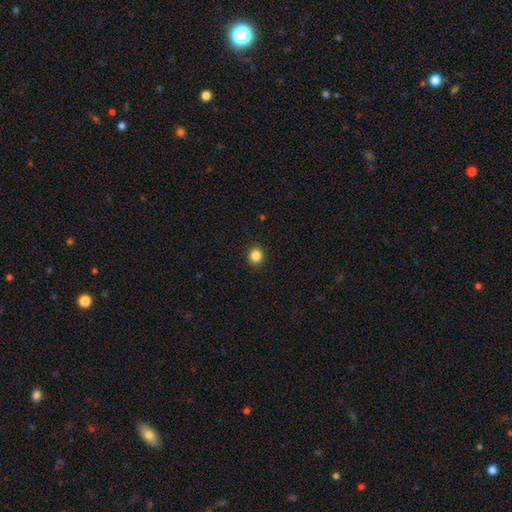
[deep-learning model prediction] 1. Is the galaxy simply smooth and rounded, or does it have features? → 85% smooth, 11% star or artifact, 4% featured or disk.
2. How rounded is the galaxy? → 85% round, 14% in between, 1% cigar-shaped.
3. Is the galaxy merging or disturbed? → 92% none, 5% minor disturbance, 2% major disturbance, 1% merger.